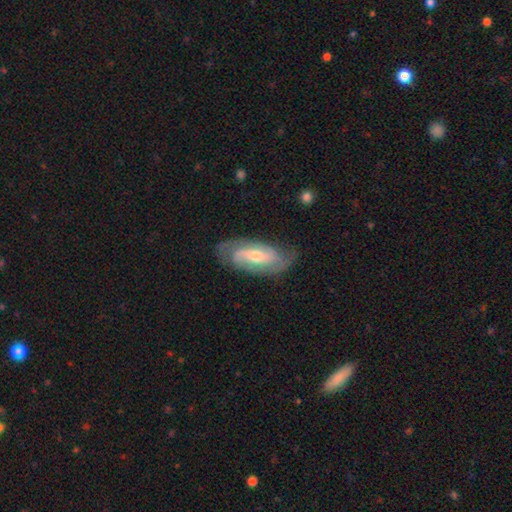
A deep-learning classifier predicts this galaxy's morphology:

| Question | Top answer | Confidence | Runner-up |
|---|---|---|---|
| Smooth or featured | featured or disk | 79% | smooth (16%) |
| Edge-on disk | no | 92% | yes (8%) |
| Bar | weak | 41% | no (37%) |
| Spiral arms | yes | 93% | no (7%) |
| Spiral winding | medium | 44% | tight (33%) |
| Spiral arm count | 2 | 73% | can't tell (13%) |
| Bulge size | moderate | 54% | small (40%) |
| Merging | none | 74% | minor disturbance (18%) |